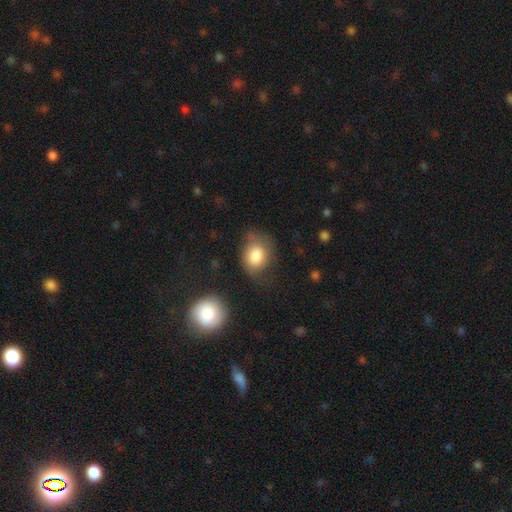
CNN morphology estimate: Q: Smooth or featured?
A: smooth (76%); runner-up: featured or disk (16%)
Q: How rounded?
A: in between (55%); runner-up: round (43%)
Q: Merging?
A: none (50%); runner-up: minor disturbance (29%)